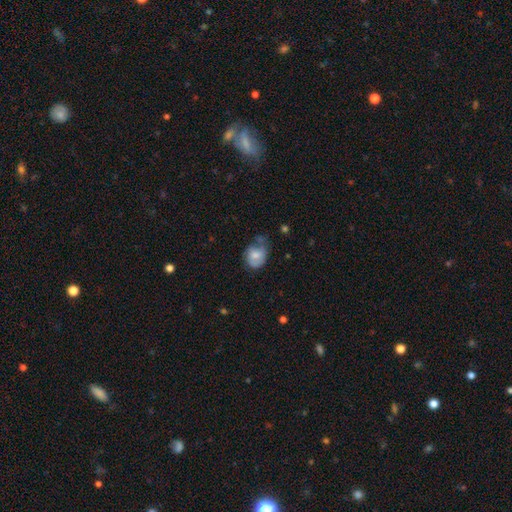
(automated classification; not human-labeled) Smooth or featured? smooth (53%)
How rounded? in between (53%)
Merging? none (42%)